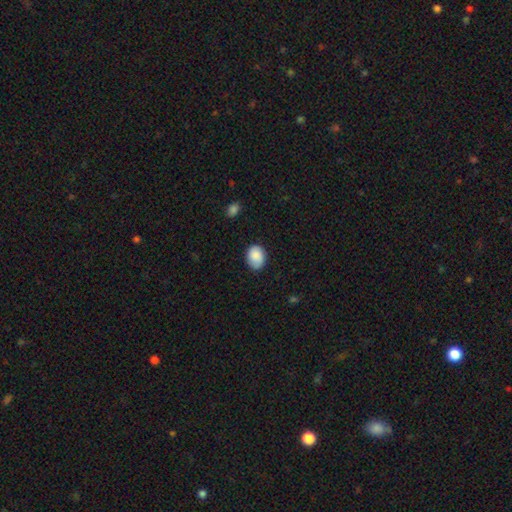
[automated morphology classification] Smooth or featured? Predicted: smooth (p=0.85). How rounded? Predicted: in between (p=0.62). Merging? Predicted: none (p=0.77).